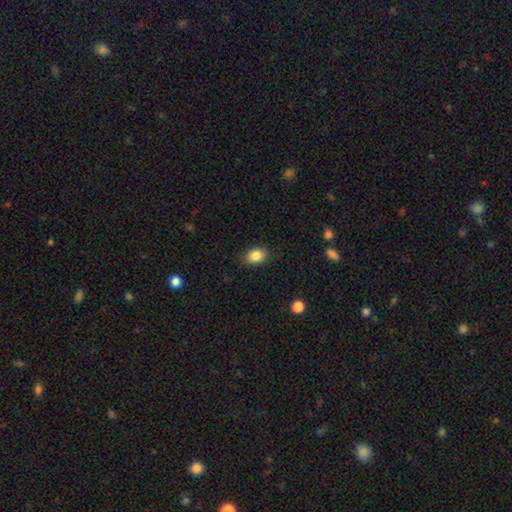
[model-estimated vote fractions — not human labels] smooth-or-featured: smooth: 86% | star or artifact: 9% | featured or disk: 5%
  how-rounded: in between: 68% | round: 31% | cigar-shaped: 1%
  merging: none: 86% | minor disturbance: 11% | major disturbance: 3% | merger: 1%